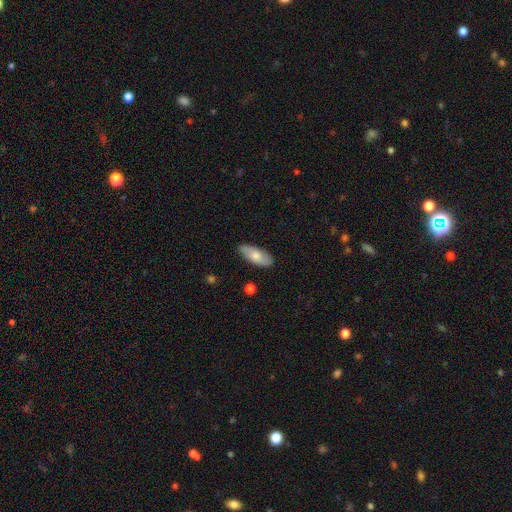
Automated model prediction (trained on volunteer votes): The model was most divided on "smooth or featured": smooth: 72%, featured or disk: 22%, star or artifact: 6%. More confident: merging — none (85%); how rounded — in between (84%).